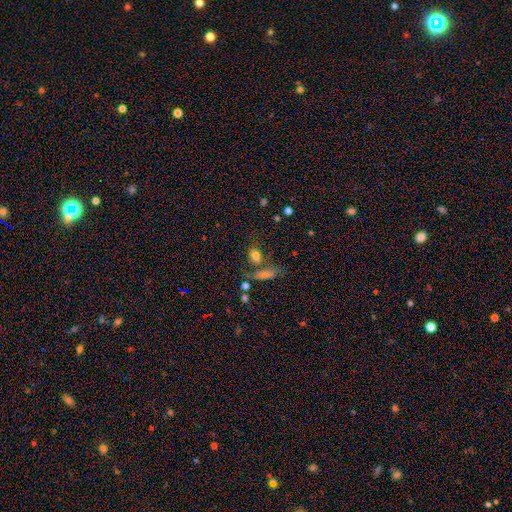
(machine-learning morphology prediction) Smooth or featured?
  - smooth: 77% *
  - star or artifact: 12%
  - featured or disk: 11%
How rounded?
  - in between: 64% *
  - round: 29%
  - cigar-shaped: 7%
Merging?
  - none: 58% *
  - merger: 22%
  - minor disturbance: 13%
  - major disturbance: 6%